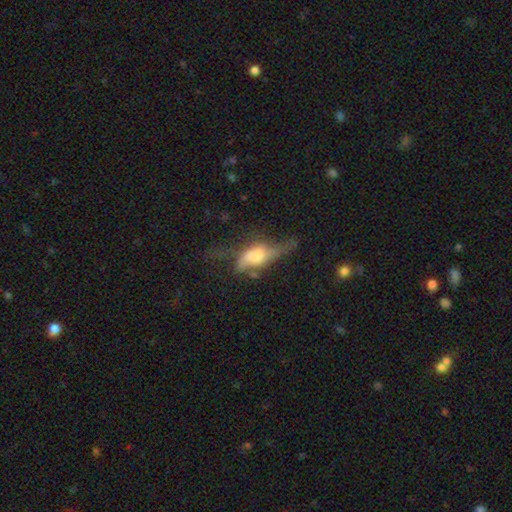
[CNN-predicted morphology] The model was most divided on "smooth or featured": featured or disk: 48%, smooth: 42%, star or artifact: 10%. Remaining: merging — major disturbance (46%).